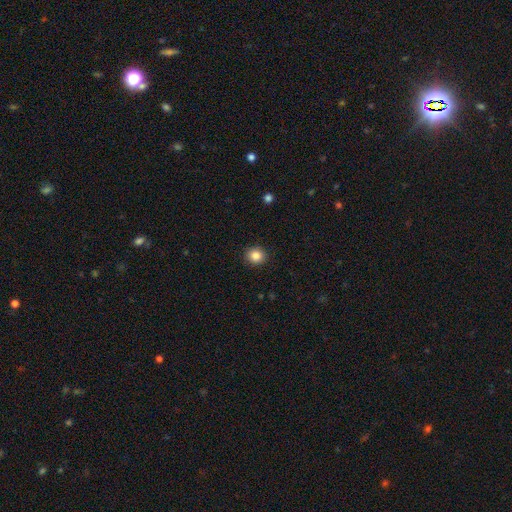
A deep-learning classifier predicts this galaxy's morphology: Q: Smooth or featured?
A: smooth (85%); runner-up: star or artifact (10%)
Q: How rounded?
A: round (81%); runner-up: in between (18%)
Q: Merging?
A: none (91%); runner-up: minor disturbance (6%)